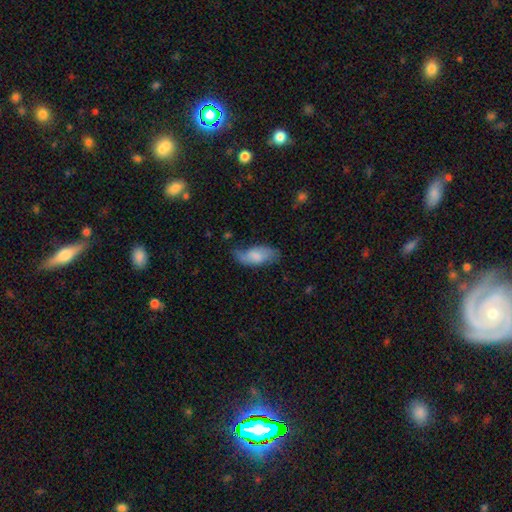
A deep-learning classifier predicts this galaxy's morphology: Overall: smooth (63%; featured or disk 30%). How rounded: in between (88%). Merging: none (54%; minor disturbance 32%).